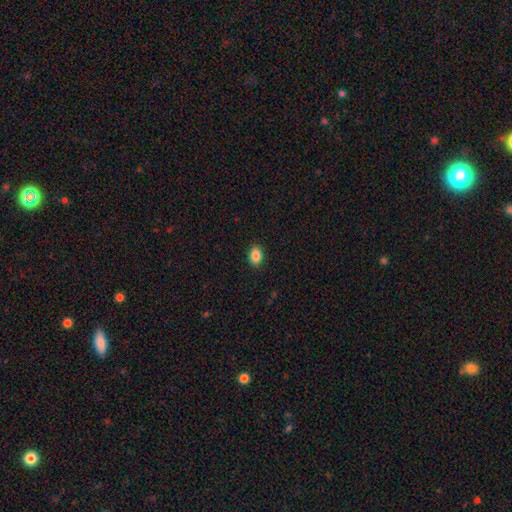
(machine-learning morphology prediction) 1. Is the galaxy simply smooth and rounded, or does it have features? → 87% smooth, 9% star or artifact, 5% featured or disk.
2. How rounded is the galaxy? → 80% in between, 19% round, 1% cigar-shaped.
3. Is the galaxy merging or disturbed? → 90% none, 7% minor disturbance, 2% major disturbance, 1% merger.